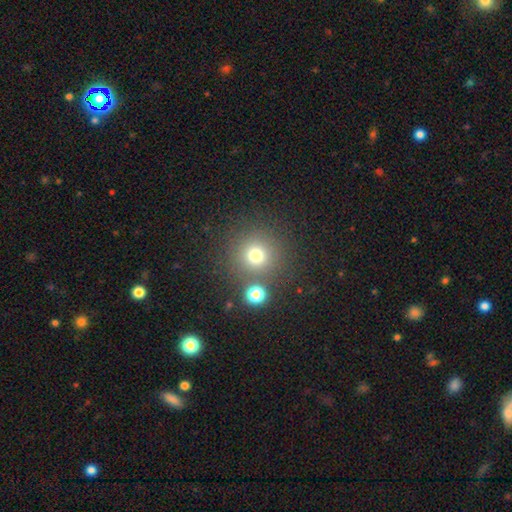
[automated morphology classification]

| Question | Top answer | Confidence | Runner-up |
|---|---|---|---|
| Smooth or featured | smooth | 73% | star or artifact (18%) |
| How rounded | round | 94% | in between (5%) |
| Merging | none | 79% | merger (10%) |